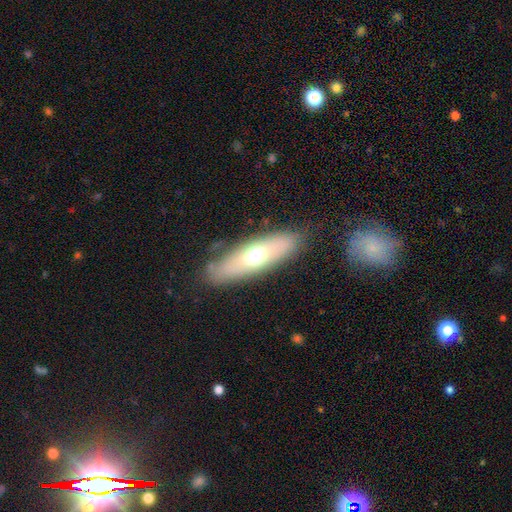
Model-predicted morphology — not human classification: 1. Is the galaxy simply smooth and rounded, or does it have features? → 57% smooth, 36% featured or disk, 7% star or artifact.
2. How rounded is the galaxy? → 56% in between, 41% cigar-shaped, 3% round.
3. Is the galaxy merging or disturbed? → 82% none, 12% minor disturbance, 4% major disturbance, 2% merger.